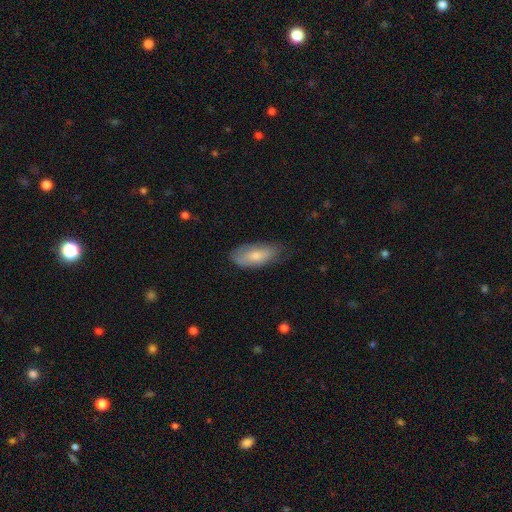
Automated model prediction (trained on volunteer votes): A smooth galaxy with no disk features (74%) that is in between round and cigar-shaped (87%). Merging: none (62%).